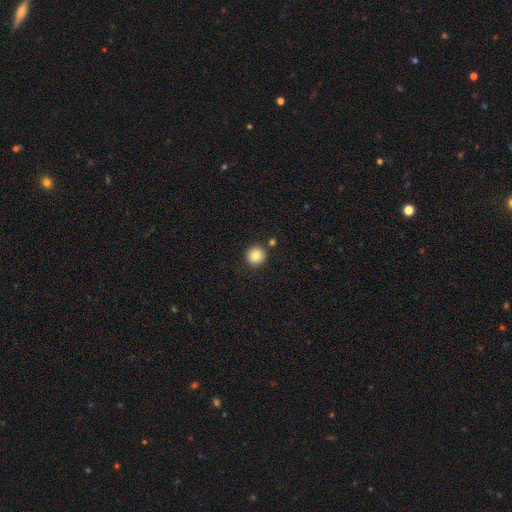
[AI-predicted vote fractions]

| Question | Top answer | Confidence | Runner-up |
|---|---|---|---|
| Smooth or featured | smooth | 86% | star or artifact (10%) |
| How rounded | round | 94% | in between (5%) |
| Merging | none | 87% | minor disturbance (6%) |